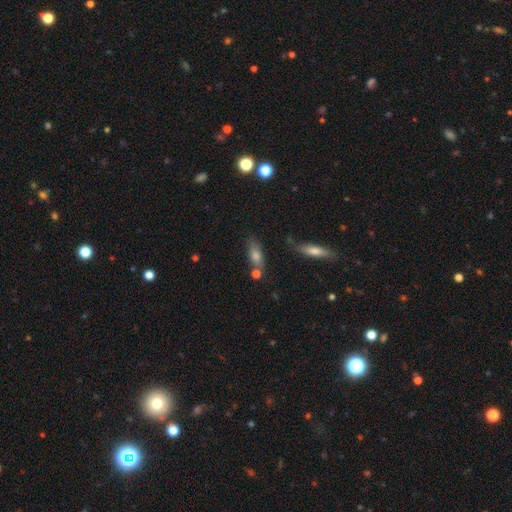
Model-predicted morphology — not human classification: Smooth or featured? Predicted: smooth (p=0.68). How rounded? Predicted: in between (p=0.61). Merging? Predicted: none (p=0.65).